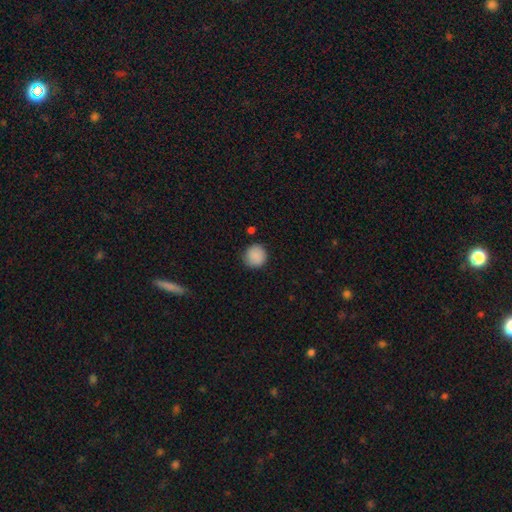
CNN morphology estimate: type=smooth (88%); roundness=round (92%); merging=none (85%).